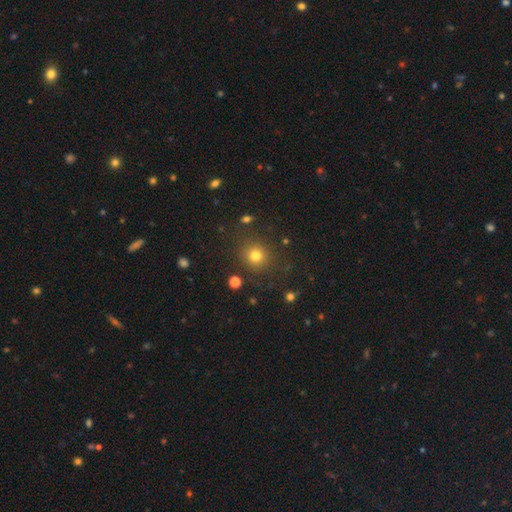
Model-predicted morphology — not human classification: Smooth or featured?
  - smooth: 79% *
  - star or artifact: 15%
  - featured or disk: 7%
How rounded?
  - round: 89% *
  - in between: 10%
  - cigar-shaped: 1%
Merging?
  - none: 85% *
  - minor disturbance: 8%
  - major disturbance: 4%
  - merger: 3%